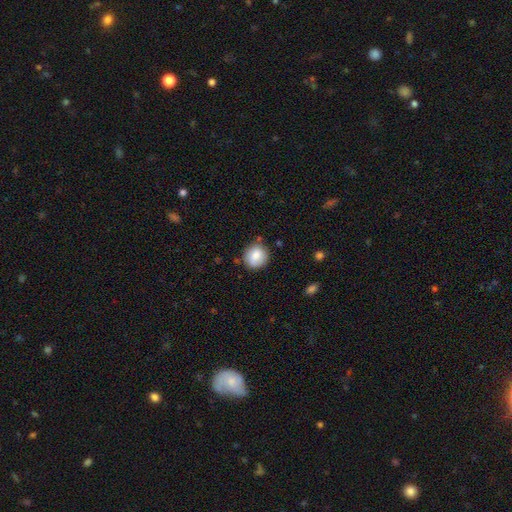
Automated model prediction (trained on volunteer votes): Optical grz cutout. It shows a smooth galaxy with no disk features (84%) that is round (87%). Merging: none (81%).